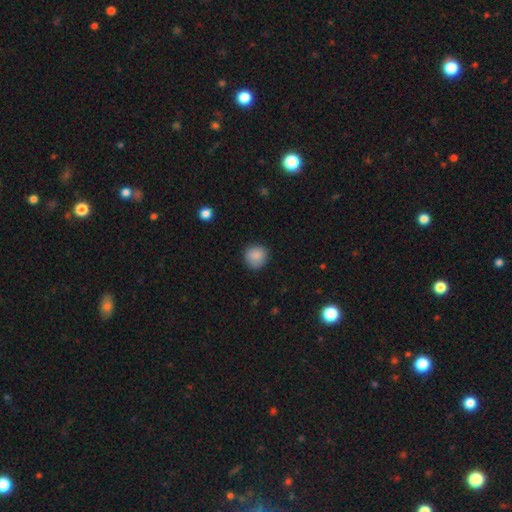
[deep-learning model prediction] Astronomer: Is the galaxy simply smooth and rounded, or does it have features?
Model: smooth — 88%.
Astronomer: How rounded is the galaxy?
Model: round — 90%.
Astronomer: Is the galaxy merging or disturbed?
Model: none — 87%.